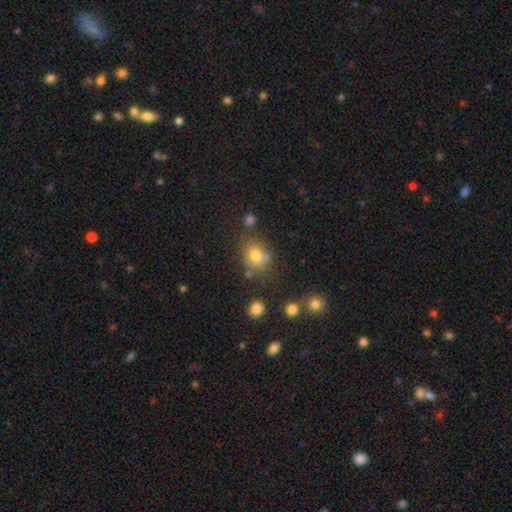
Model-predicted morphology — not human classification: Smooth or featured?
  - smooth: 73% *
  - star or artifact: 14%
  - featured or disk: 12%
How rounded?
  - round: 73% *
  - in between: 26%
  - cigar-shaped: 1%
Merging?
  - none: 60% *
  - minor disturbance: 18%
  - merger: 14%
  - major disturbance: 8%